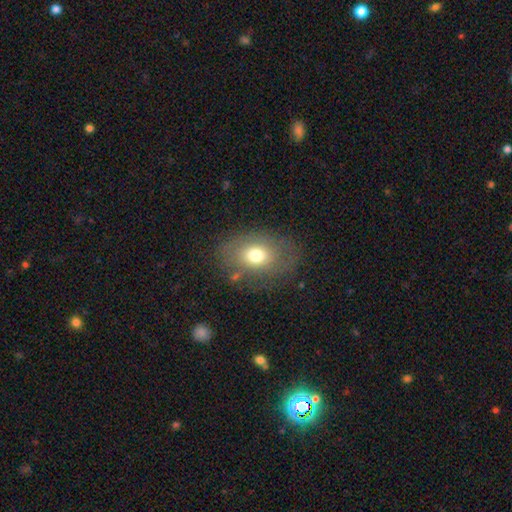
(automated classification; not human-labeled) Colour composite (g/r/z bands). It shows a smooth galaxy with no disk features (69%) that is in between round and cigar-shaped (75%). Merging: none (75%).